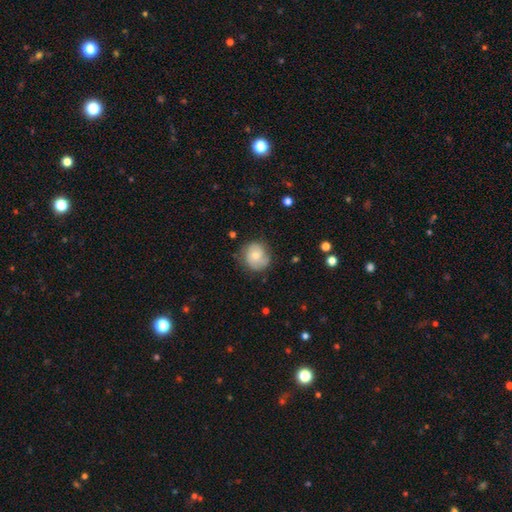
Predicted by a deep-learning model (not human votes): smooth_or_featured: smooth (p=0.67) [alt: featured or disk p=0.25]
how_rounded: round (p=0.85) [alt: in between p=0.15]
merging: none (p=0.71) [alt: minor disturbance p=0.22]